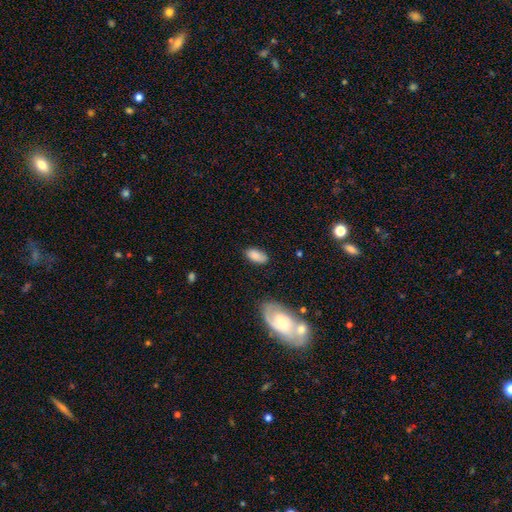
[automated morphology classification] smooth-or-featured: smooth: 83% | featured or disk: 9% | star or artifact: 7%
  how-rounded: in between: 93% | cigar-shaped: 4% | round: 3%
  merging: none: 78% | minor disturbance: 16% | major disturbance: 4% | merger: 2%